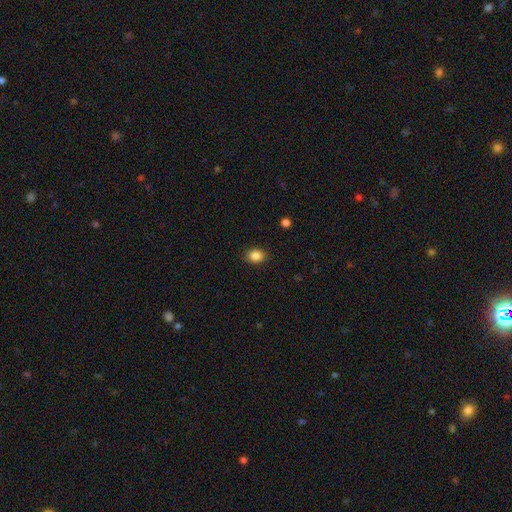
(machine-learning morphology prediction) A smooth galaxy with no disk features (86%) that is in between round and cigar-shaped (59%). Merging: none (88%).